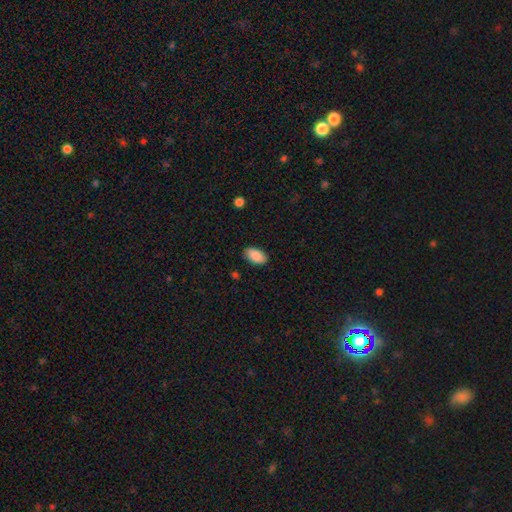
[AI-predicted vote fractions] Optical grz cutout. It shows a smooth galaxy with no disk features (89%) that is in between round and cigar-shaped (95%). Merging: none (87%).